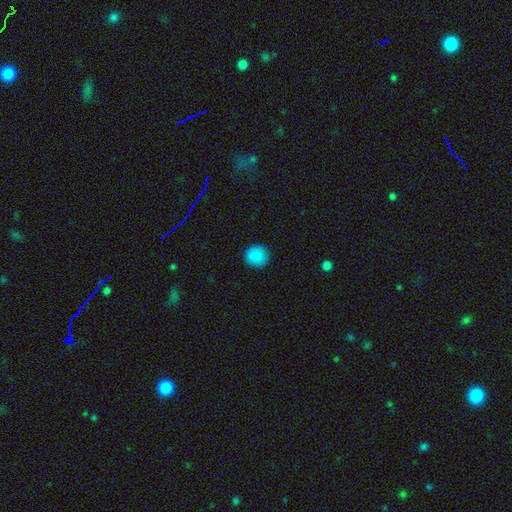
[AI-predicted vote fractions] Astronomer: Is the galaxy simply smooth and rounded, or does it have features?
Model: smooth — 87%.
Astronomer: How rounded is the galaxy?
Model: round — 92%.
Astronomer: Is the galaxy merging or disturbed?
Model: none — 90%.